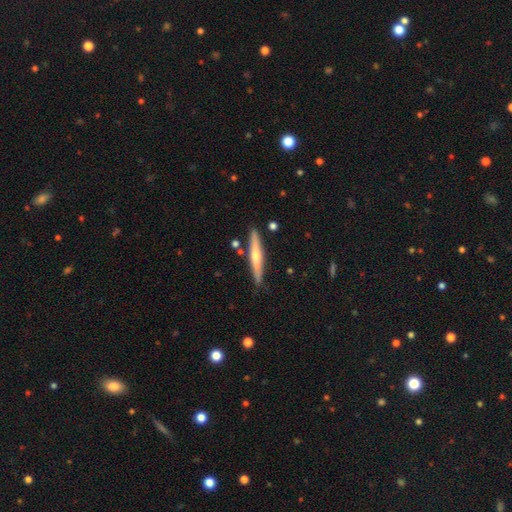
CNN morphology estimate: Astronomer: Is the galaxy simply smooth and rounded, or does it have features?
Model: featured or disk — 60%.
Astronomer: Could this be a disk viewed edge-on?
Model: yes — 96%.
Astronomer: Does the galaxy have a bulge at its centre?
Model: rounded — 83%.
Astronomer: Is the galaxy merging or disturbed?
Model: none — 87%.